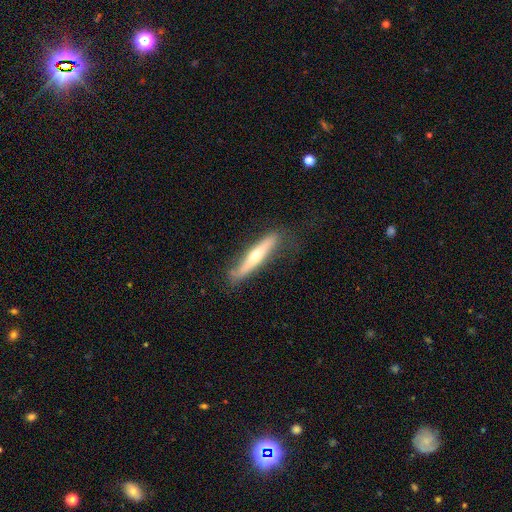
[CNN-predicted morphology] Q: Smooth or featured?
A: featured or disk (58%); runner-up: smooth (37%)
Q: Edge-on disk?
A: yes (87%); runner-up: no (13%)
Q: Edge-on bulge?
A: rounded (87%); runner-up: none (10%)
Q: Merging?
A: none (73%); runner-up: minor disturbance (20%)